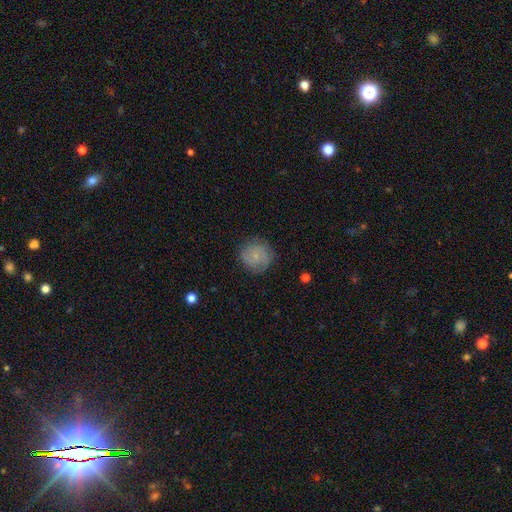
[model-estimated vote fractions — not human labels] Q: Smooth or featured?
A: smooth (63%); runner-up: featured or disk (29%)
Q: How rounded?
A: round (90%); runner-up: in between (9%)
Q: Merging?
A: none (77%); runner-up: minor disturbance (17%)